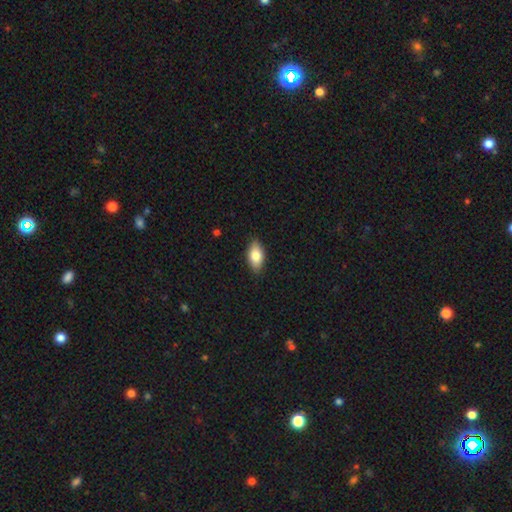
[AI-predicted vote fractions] This appears to be a smooth galaxy with no disk features (80%) that is in between round and cigar-shaped (90%). Merging: none (86%).